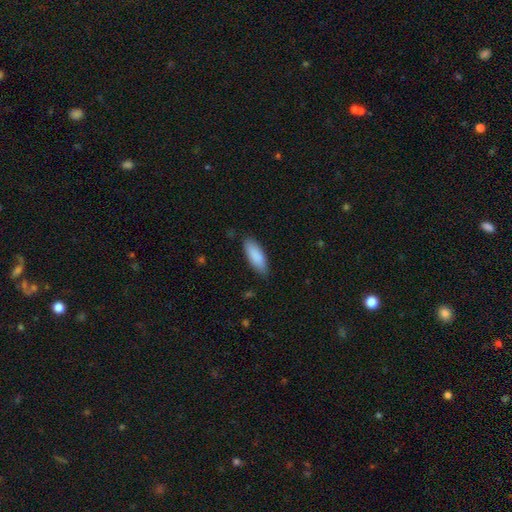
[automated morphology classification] This is clearly a smooth galaxy (88%). How rounded: likely in between (68%). Merging: clearly none (83%).